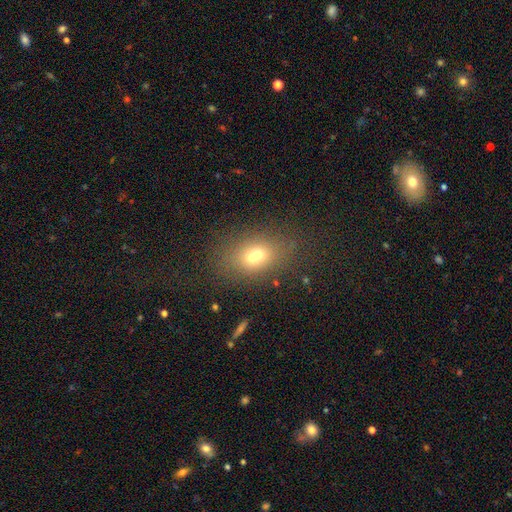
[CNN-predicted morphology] Overall: smooth (59%; featured or disk 25%). How rounded: in between (62%; round 35%). Merging: merger (50%; none 37%).